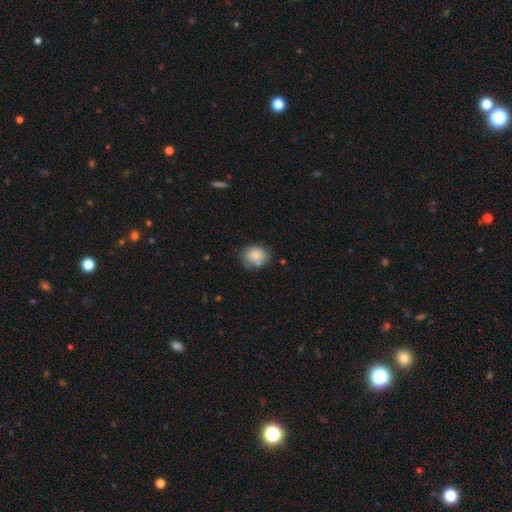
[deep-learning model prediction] Overall: smooth (79%). How rounded: round (60%; in between 39%). Merging: none (65%).